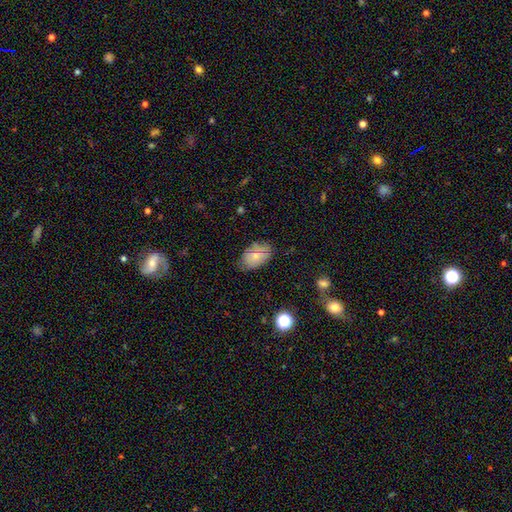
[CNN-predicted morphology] Smooth or featured? Predicted: smooth (p=0.70). How rounded? Predicted: in between (p=0.89). Merging? Predicted: none (p=0.74).